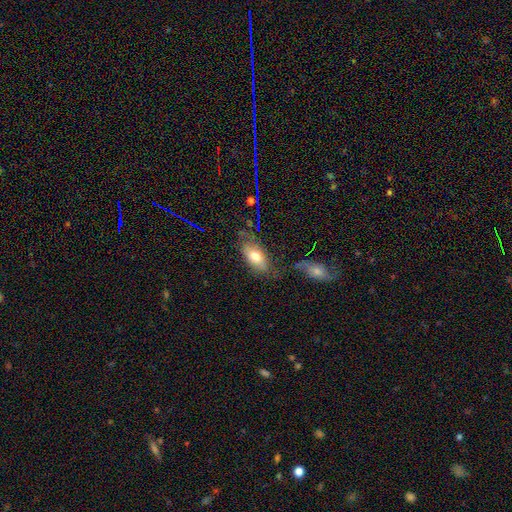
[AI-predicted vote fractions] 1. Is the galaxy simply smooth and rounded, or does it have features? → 69% smooth, 23% featured or disk, 8% star or artifact.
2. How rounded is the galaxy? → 89% in between, 7% cigar-shaped, 4% round.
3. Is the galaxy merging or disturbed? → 59% none, 23% minor disturbance, 10% major disturbance, 9% merger.